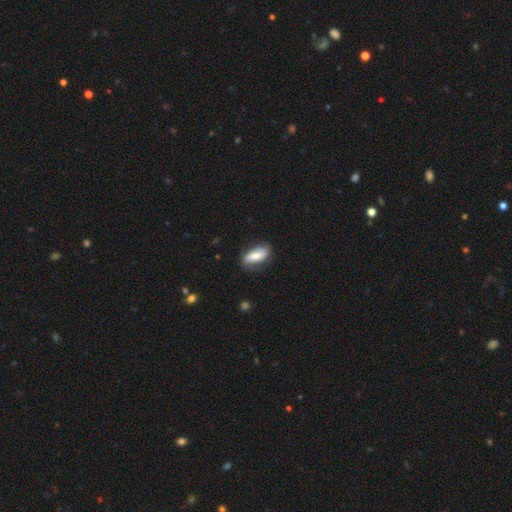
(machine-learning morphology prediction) smooth-or-featured: smooth: 68% | featured or disk: 25% | star or artifact: 7%
  how-rounded: in between: 87% | cigar-shaped: 10% | round: 3%
  merging: none: 71% | minor disturbance: 22% | major disturbance: 6% | merger: 1%